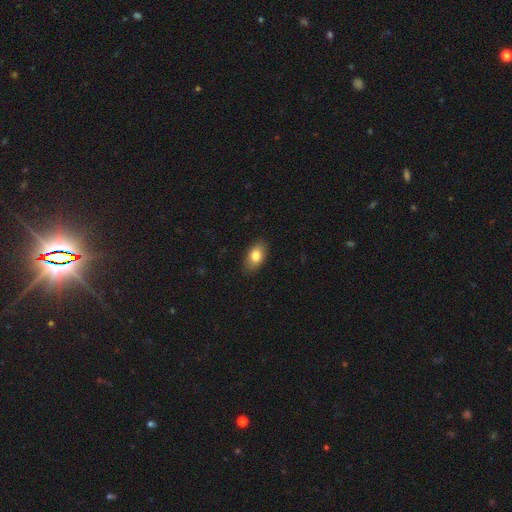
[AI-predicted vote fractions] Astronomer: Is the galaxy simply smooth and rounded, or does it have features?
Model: smooth — 82%.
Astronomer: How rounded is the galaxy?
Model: in between — 89%.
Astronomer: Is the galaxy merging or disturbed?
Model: none — 87%.